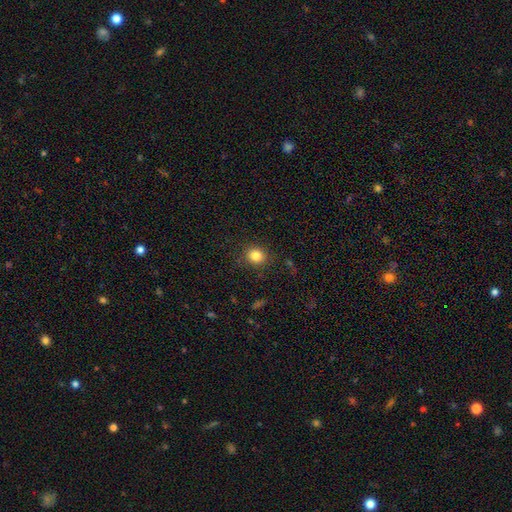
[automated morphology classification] Smooth or featured: smooth — 83% (star or artifact — 11%)
How rounded: round — 78% (in between — 21%)
Merging: none — 87% (minor disturbance — 9%)